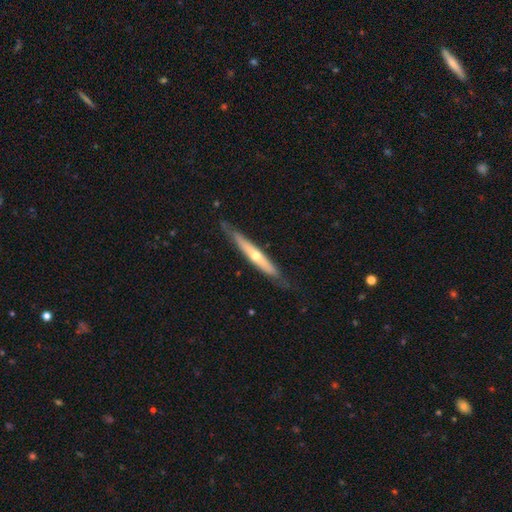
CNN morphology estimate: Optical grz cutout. It shows a featured or disk galaxy (62%) viewed edge-on (87%) with a rounded central bulge (76%). Merging: none (76%).